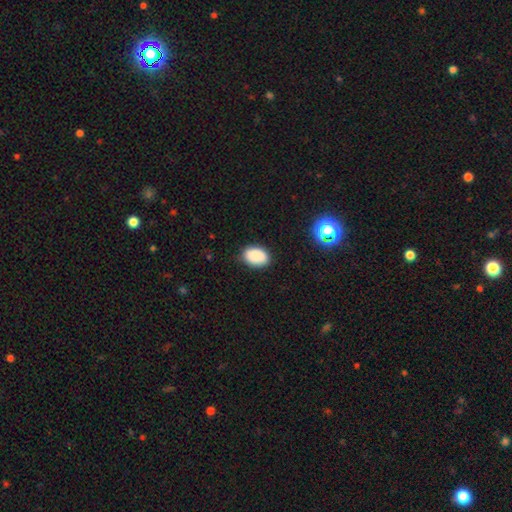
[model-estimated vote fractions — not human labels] Smooth or featured: smooth — 87% (star or artifact — 8%)
How rounded: in between — 85% (round — 14%)
Merging: none — 81% (minor disturbance — 15%)